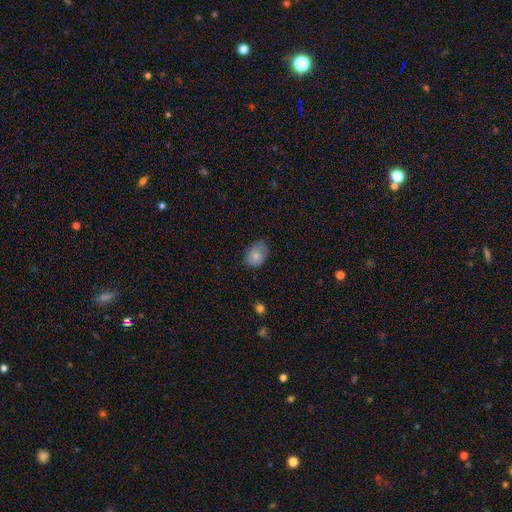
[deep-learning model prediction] Morphology: type=smooth (81%); roundness=in between (57%); merging=none (70%).